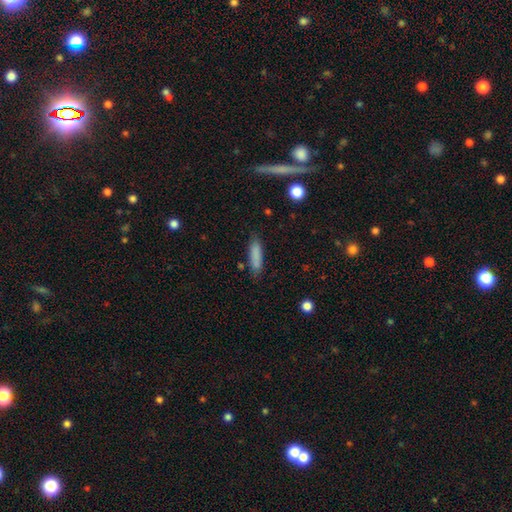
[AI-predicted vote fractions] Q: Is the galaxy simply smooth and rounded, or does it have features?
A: smooth — 85%.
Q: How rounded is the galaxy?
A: cigar-shaped — 57%.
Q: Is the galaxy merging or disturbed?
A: none — 80%.